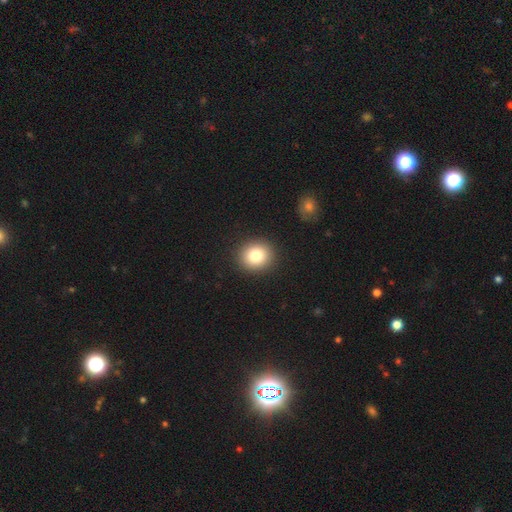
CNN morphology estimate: Q: Smooth or featured?
A: smooth (82%); runner-up: star or artifact (10%)
Q: How rounded?
A: round (80%); runner-up: in between (19%)
Q: Merging?
A: none (91%); runner-up: minor disturbance (6%)